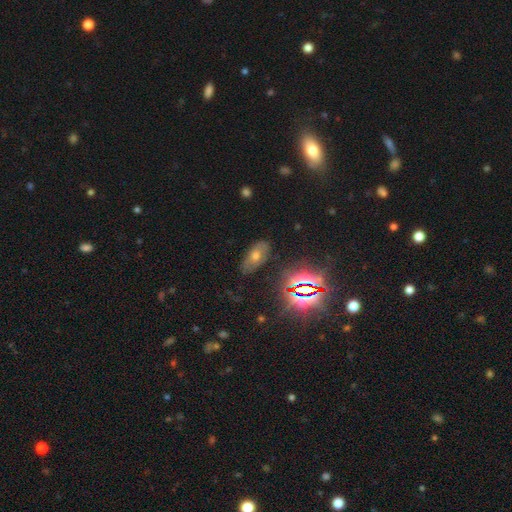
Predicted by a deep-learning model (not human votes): Smooth or featured: star or artifact — 39% (smooth — 36%)